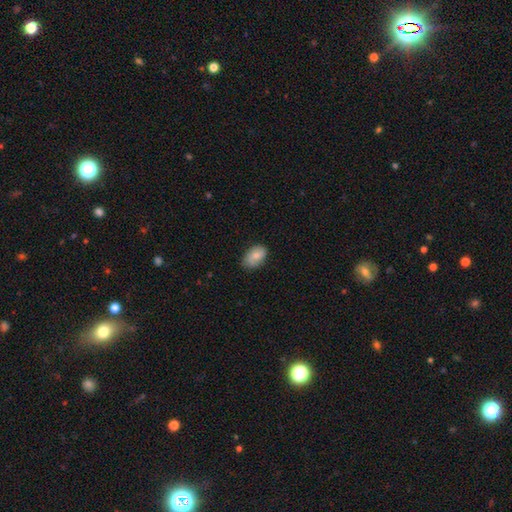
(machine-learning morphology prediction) A smooth galaxy with no disk features (82%) that is in between round and cigar-shaped (91%). Merging: none (73%).